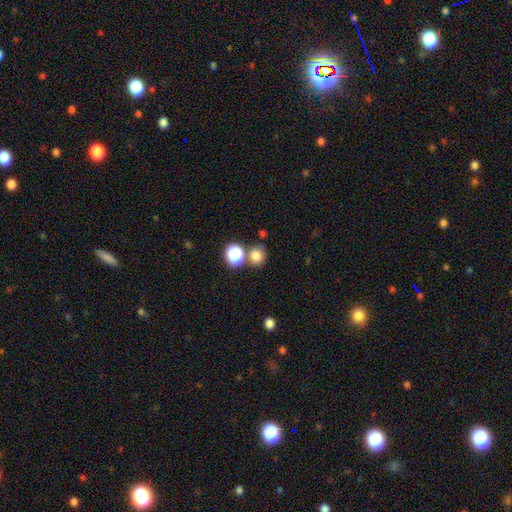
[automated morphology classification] Q: Smooth or featured?
A: smooth (77%); runner-up: star or artifact (16%)
Q: How rounded?
A: round (75%); runner-up: in between (24%)
Q: Merging?
A: none (66%); runner-up: merger (20%)